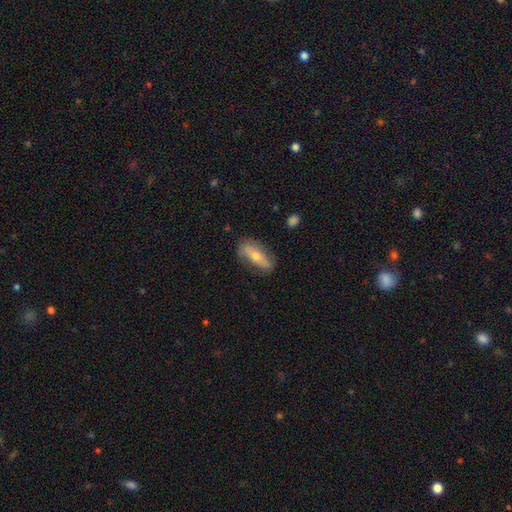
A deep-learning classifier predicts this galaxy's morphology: smooth-or-featured: smooth: 50% | featured or disk: 43% | star or artifact: 6%
  how-rounded: in between: 58% | cigar-shaped: 38% | round: 4%
  merging: none: 77% | minor disturbance: 17% | major disturbance: 4% | merger: 2%